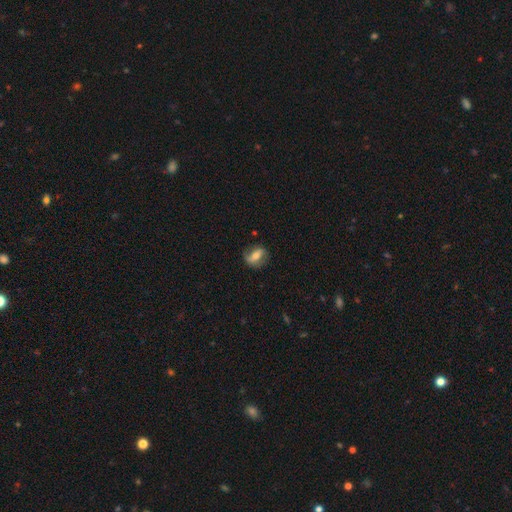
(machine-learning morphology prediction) A featured or disk galaxy (48%).

Vote fractions:
- Smooth or featured? featured or disk: 48% / smooth: 43% / star or artifact: 8%
- Merging? none: 71% / minor disturbance: 20% / major disturbance: 7% / merger: 2%